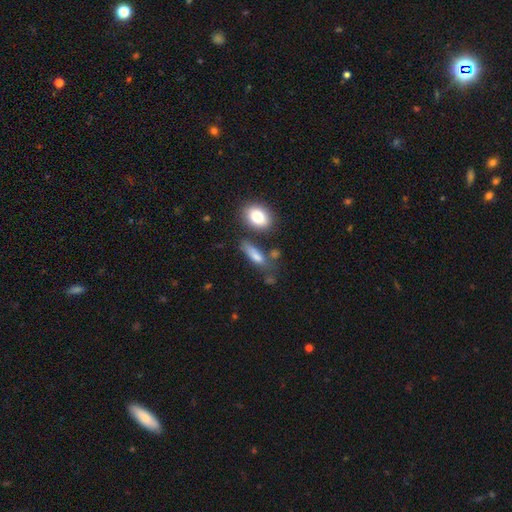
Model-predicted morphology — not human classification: Smooth or featured? smooth (72%)
How rounded? in between (51%)
Merging? none (51%)